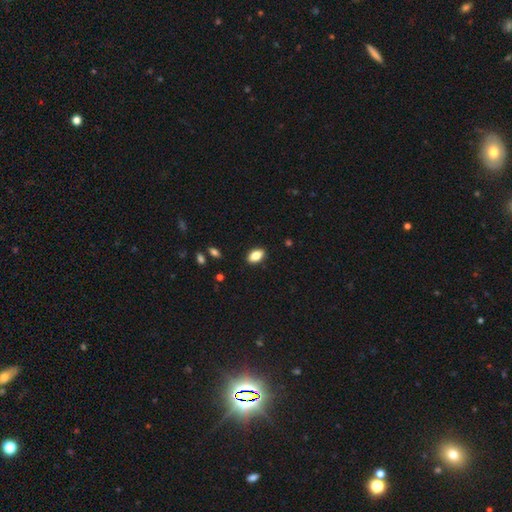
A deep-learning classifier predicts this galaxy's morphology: smooth 82%, featured or disk 10%, star or artifact 8%. Down the decision tree: how rounded — in between (90%); merging — none (88%).